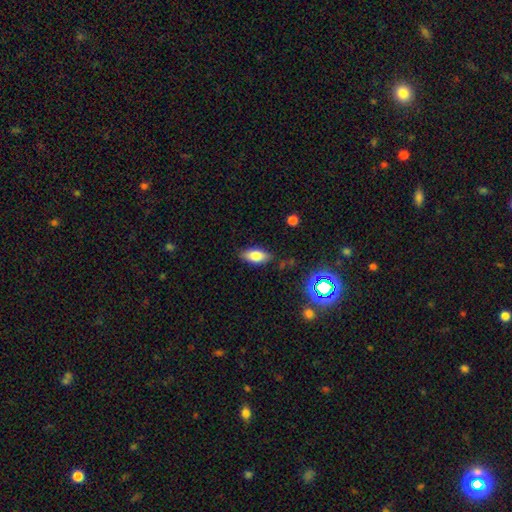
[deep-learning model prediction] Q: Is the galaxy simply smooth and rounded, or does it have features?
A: smooth — 79%.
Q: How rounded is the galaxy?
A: in between — 88%.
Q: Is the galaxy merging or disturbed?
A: none — 83%.